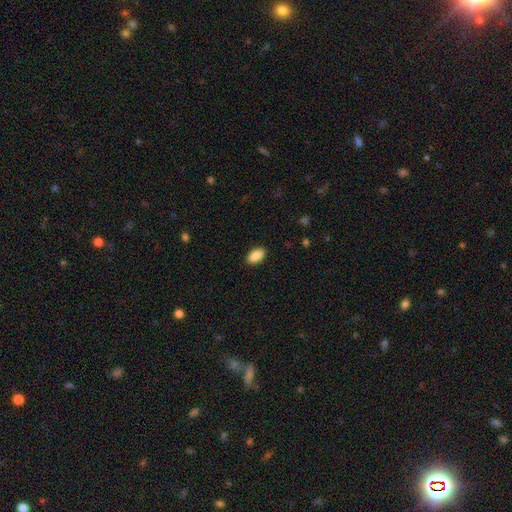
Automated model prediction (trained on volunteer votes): This is clearly a smooth galaxy (90%). How rounded: clearly in between (94%). Merging: clearly none (89%).